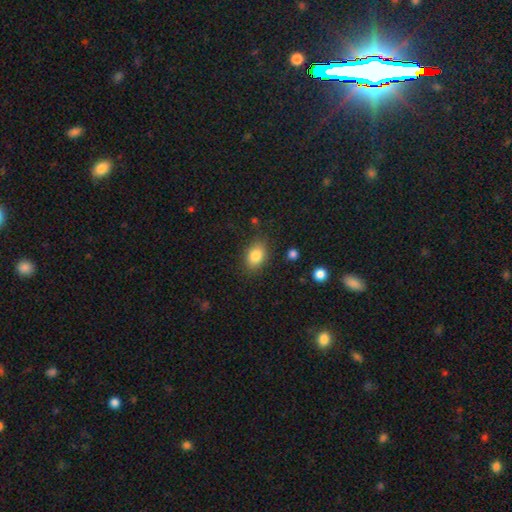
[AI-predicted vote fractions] Morphology: type=smooth (84%); roundness=in between (81%); merging=none (83%).